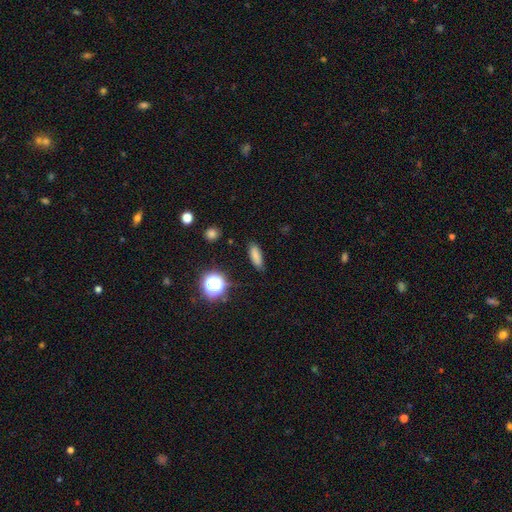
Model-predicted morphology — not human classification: Smooth or featured: smooth — 79% (star or artifact — 14%)
How rounded: in between — 59% (cigar-shaped — 35%)
Merging: none — 81% (minor disturbance — 14%)